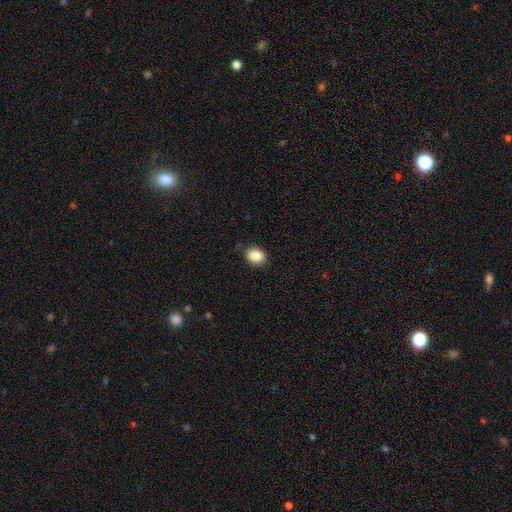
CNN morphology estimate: A smooth galaxy with no disk features (86%) that is in between round and cigar-shaped (53%). Merging: none (83%).